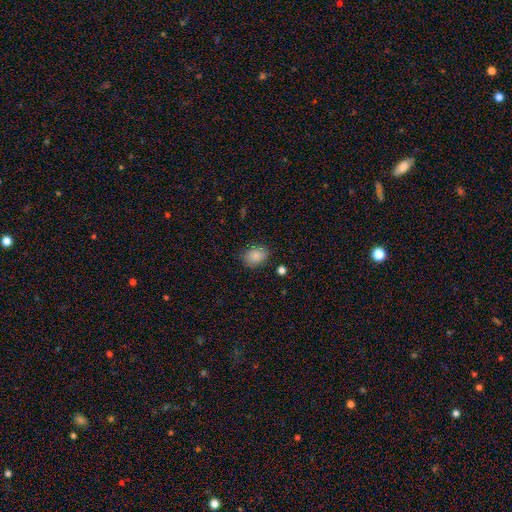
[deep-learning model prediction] The model was most divided on "how rounded": in between: 68%, round: 31%, cigar-shaped: 1%. More confident: smooth or featured — smooth (86%); merging — none (82%).